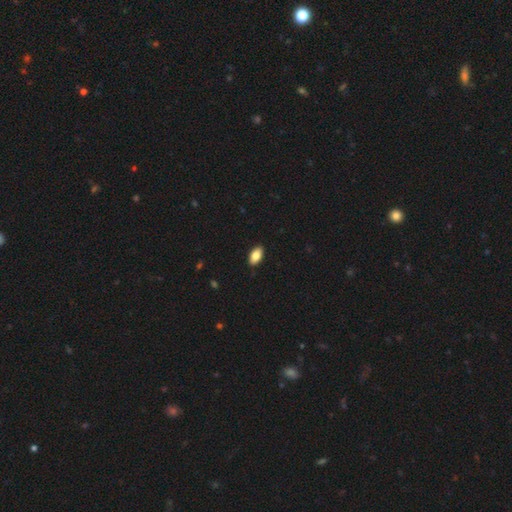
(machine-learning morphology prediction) Smooth or featured? smooth (85%)
How rounded? in between (93%)
Merging? none (89%)